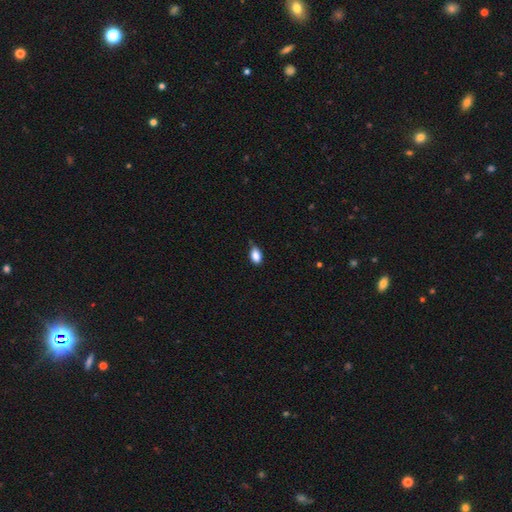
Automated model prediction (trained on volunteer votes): This appears to be a smooth galaxy with no disk features (87%) that is in between round and cigar-shaped (90%). Merging: none (66%).